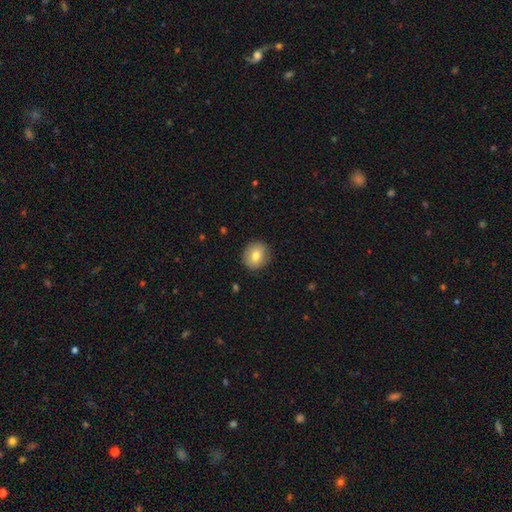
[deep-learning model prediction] A smooth galaxy with no disk features (76%) that is round (74%).

Vote fractions:
- Smooth or featured? smooth: 76% / featured or disk: 16% / star or artifact: 8%
- How rounded? round: 74% / in between: 25% / cigar-shaped: 1%
- Merging? none: 85% / minor disturbance: 11% / major disturbance: 3% / merger: 1%